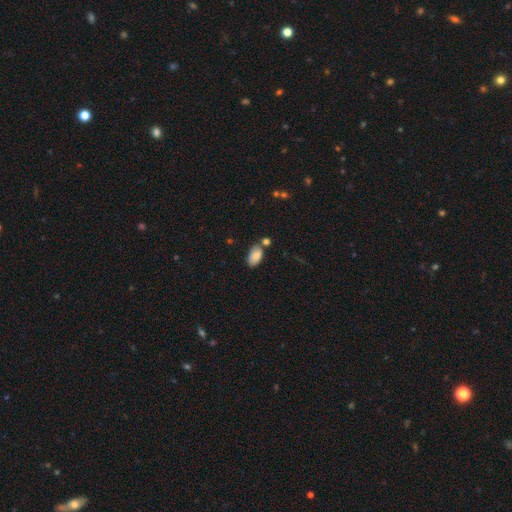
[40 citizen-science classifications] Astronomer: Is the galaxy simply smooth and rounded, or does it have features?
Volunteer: smooth — 90%.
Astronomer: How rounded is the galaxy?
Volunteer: in between — 94%.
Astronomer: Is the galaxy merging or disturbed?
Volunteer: none — 54%.